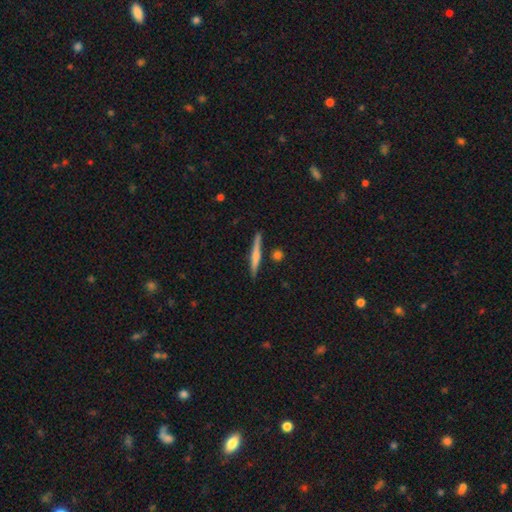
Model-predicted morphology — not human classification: This is possibly a smooth galaxy (48%). Merging: clearly none (84%).